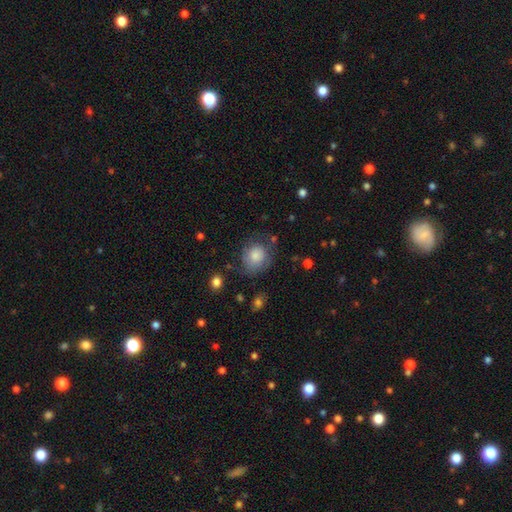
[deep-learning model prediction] smooth_or_featured: smooth (p=0.78) [alt: featured or disk p=0.14]
how_rounded: round (p=0.74) [alt: in between p=0.25]
merging: none (p=0.63) [alt: minor disturbance p=0.24]